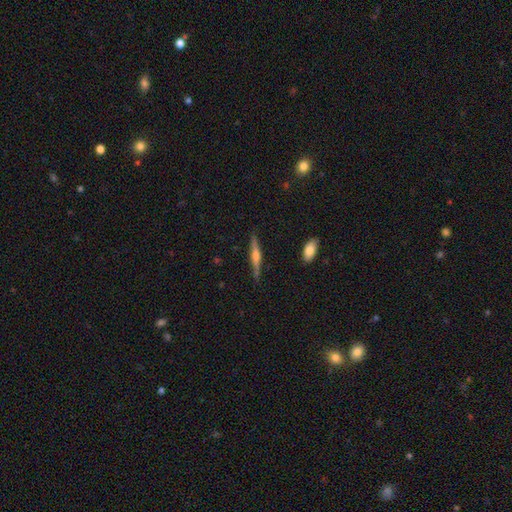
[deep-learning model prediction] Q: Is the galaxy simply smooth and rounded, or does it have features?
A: featured or disk — 68%.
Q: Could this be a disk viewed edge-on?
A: yes — 98%.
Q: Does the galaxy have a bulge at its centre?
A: rounded — 80%.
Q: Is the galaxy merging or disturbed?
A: none — 86%.